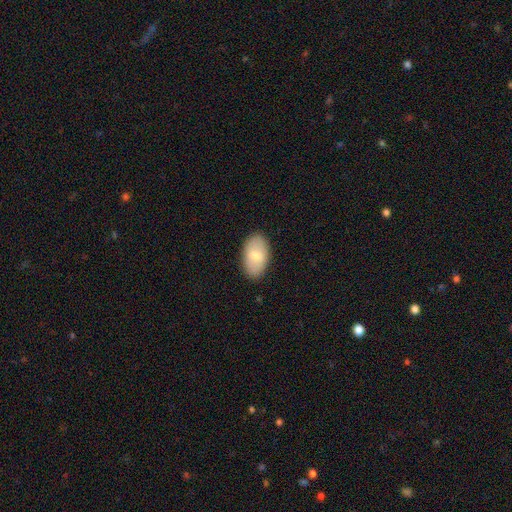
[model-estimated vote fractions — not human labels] smooth_or_featured: smooth (p=0.72) [alt: featured or disk p=0.21]
how_rounded: in between (p=0.93) [alt: round p=0.05]
merging: none (p=0.86) [alt: minor disturbance p=0.11]